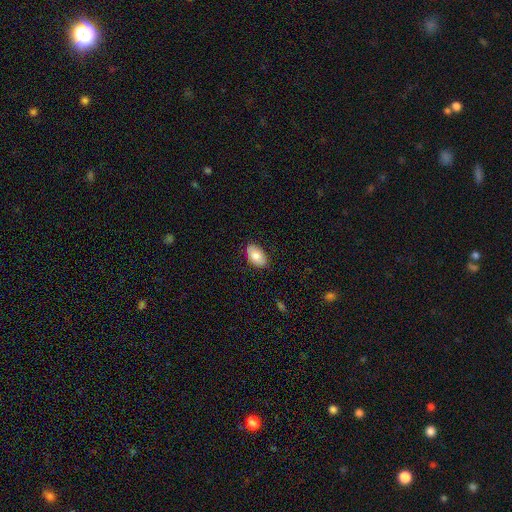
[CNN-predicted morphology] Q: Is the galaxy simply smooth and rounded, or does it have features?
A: smooth — 79%.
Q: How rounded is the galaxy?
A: in between — 93%.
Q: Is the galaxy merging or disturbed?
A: none — 84%.